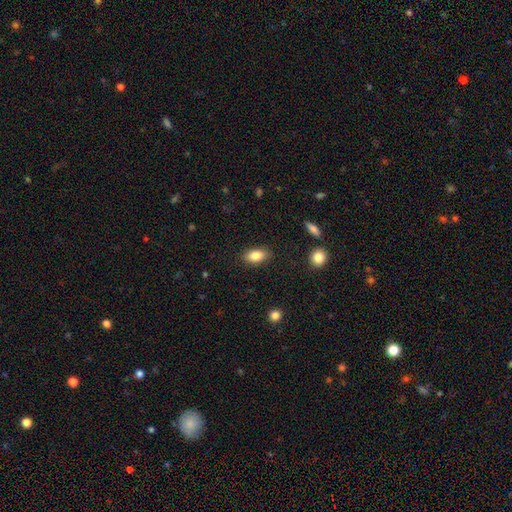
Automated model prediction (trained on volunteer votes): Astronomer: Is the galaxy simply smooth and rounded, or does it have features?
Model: smooth — 84%.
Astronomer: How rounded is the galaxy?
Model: in between — 89%.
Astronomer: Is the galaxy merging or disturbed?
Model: none — 86%.